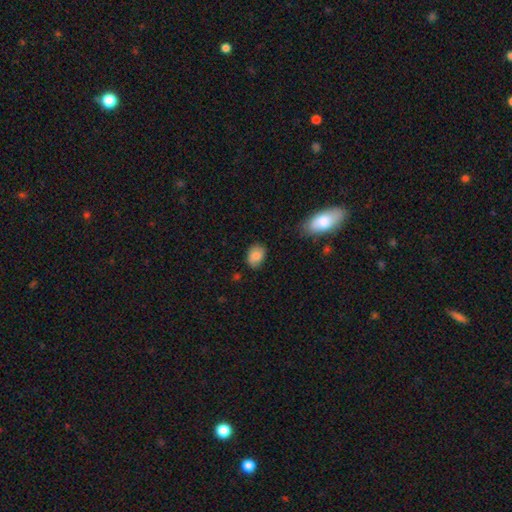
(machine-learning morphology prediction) smooth_or_featured: smooth (p=0.83) [alt: featured or disk p=0.09]
how_rounded: in between (p=0.72) [alt: round p=0.27]
merging: none (p=0.70) [alt: minor disturbance p=0.24]